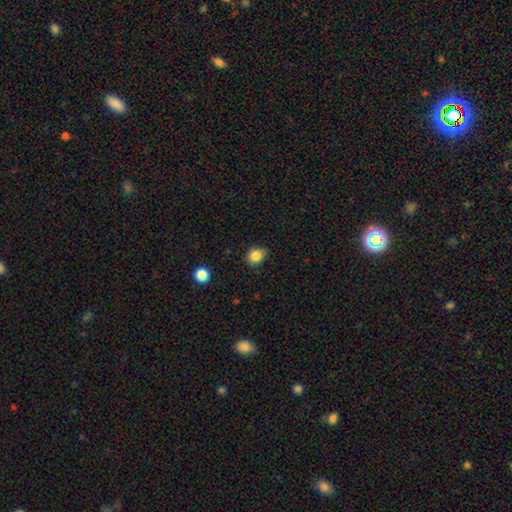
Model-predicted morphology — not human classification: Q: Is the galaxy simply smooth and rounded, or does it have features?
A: smooth — 84%.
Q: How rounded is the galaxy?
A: round — 56%.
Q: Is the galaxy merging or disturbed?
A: none — 80%.